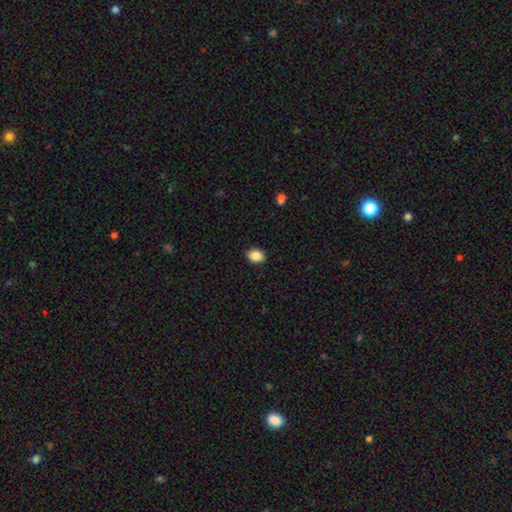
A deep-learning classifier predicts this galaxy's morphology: A smooth galaxy with no disk features (89%) that is in between round and cigar-shaped (66%). Merging: none (91%).